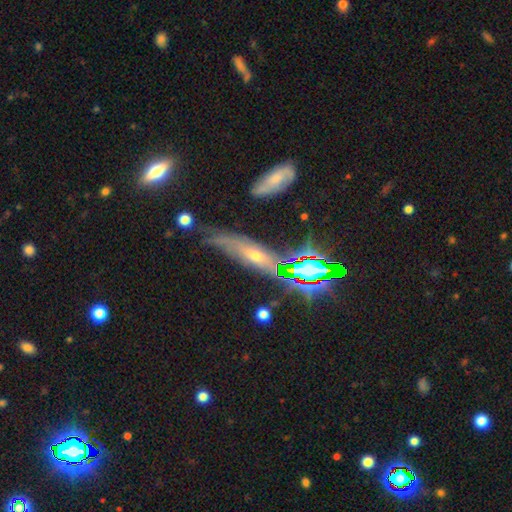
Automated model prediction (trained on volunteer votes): Smooth or featured? featured or disk (49%)
Merging? none (52%)